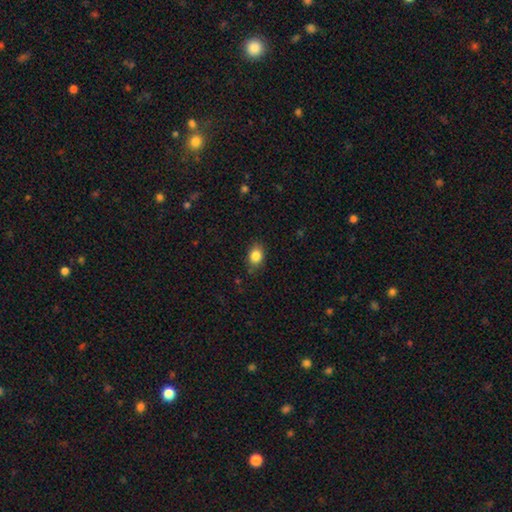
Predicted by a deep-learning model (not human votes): smooth_or_featured: smooth (p=0.85) [alt: star or artifact p=0.09]
how_rounded: in between (p=0.64) [alt: round p=0.35]
merging: none (p=0.82) [alt: minor disturbance p=0.14]